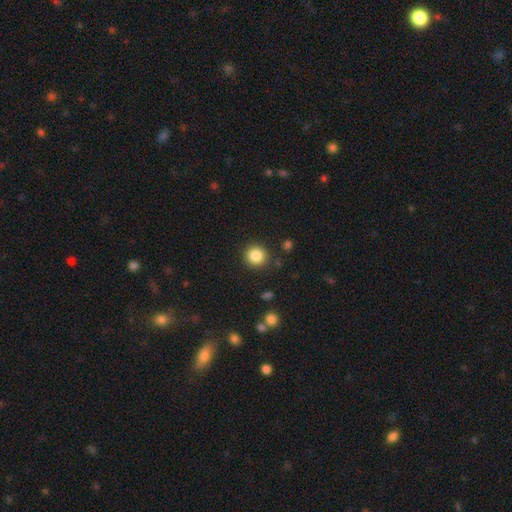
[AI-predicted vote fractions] smooth 85%, star or artifact 10%, featured or disk 5%. Down the decision tree: how rounded — round (93%); merging — none (89%).